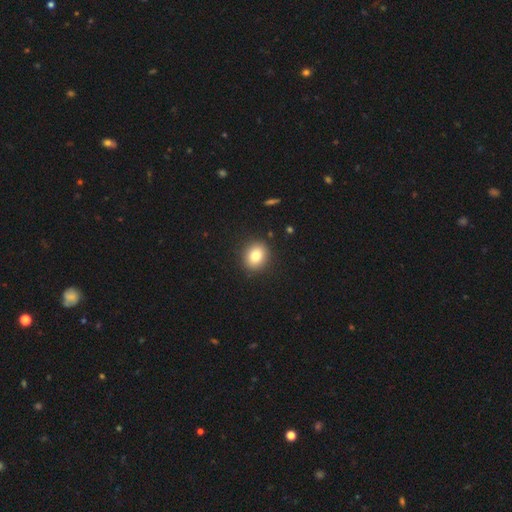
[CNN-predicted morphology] smooth_or_featured: smooth (p=0.82) [alt: star or artifact p=0.10]
how_rounded: round (p=0.66) [alt: in between p=0.33]
merging: none (p=0.90) [alt: minor disturbance p=0.06]